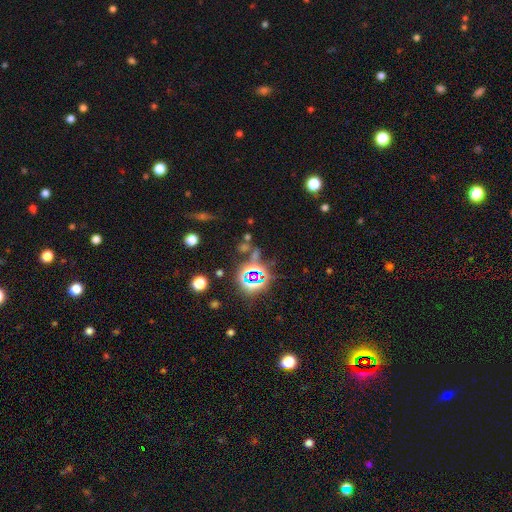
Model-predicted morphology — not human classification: Smooth or featured?
  - star or artifact: 75% *
  - smooth: 15%
  - featured or disk: 10%